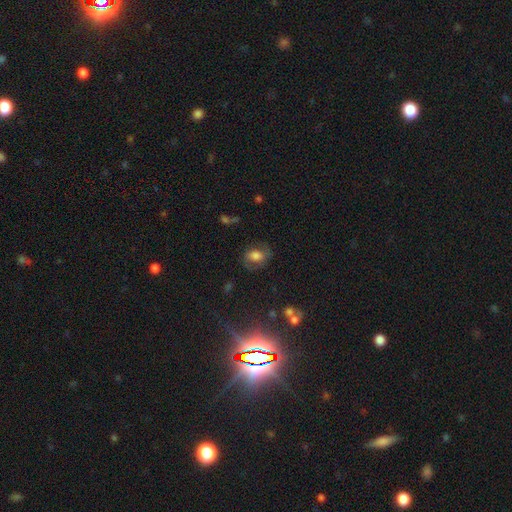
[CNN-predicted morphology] smooth_or_featured: smooth (p=0.56) [alt: featured or disk p=0.34]
how_rounded: in between (p=0.68) [alt: round p=0.30]
merging: none (p=0.69) [alt: minor disturbance p=0.18]